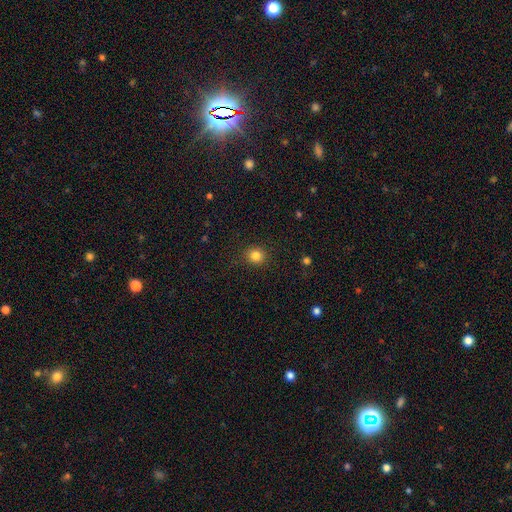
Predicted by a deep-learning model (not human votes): Smooth or featured?
  - smooth: 83% *
  - star or artifact: 12%
  - featured or disk: 5%
How rounded?
  - round: 88% *
  - in between: 11%
  - cigar-shaped: 1%
Merging?
  - none: 90% *
  - minor disturbance: 7%
  - major disturbance: 2%
  - merger: 1%